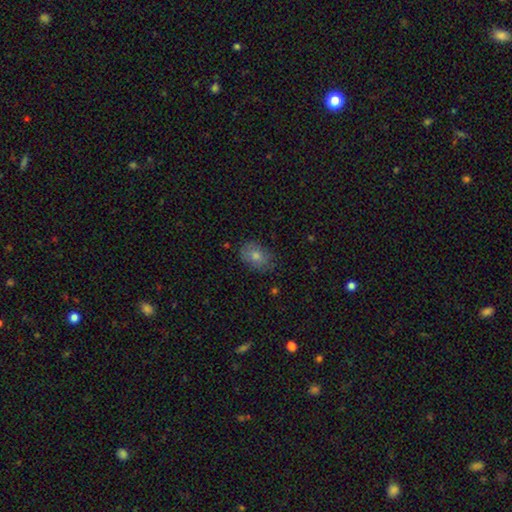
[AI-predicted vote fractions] A smooth galaxy with no disk features (69%) that is in between round and cigar-shaped (73%).

Vote fractions:
- Smooth or featured? smooth: 69% / featured or disk: 18% / star or artifact: 13%
- How rounded? in between: 73% / round: 26% / cigar-shaped: 1%
- Merging? none: 78% / minor disturbance: 18% / major disturbance: 3% / merger: 1%